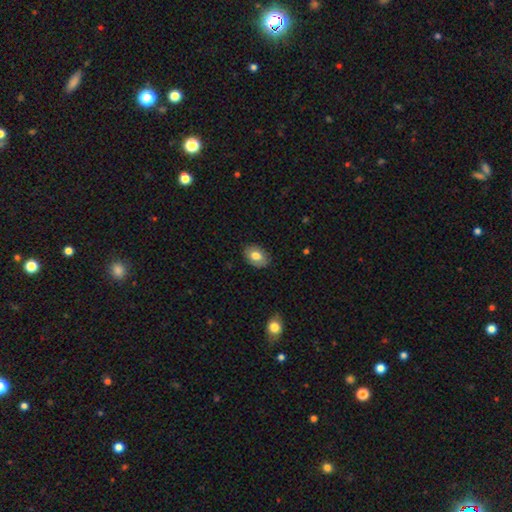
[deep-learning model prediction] The model was most divided on "smooth or featured": smooth: 77%, featured or disk: 16%, star or artifact: 7%. More confident: merging — none (85%); how rounded — in between (82%).